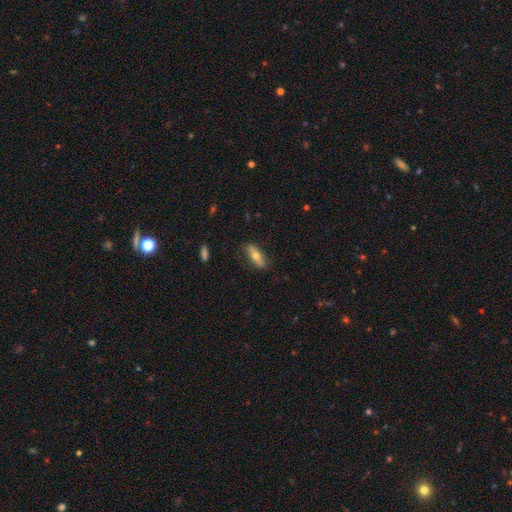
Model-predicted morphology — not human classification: This is possibly a smooth galaxy (57%). How rounded: possibly in between (57%). Merging: clearly none (81%).